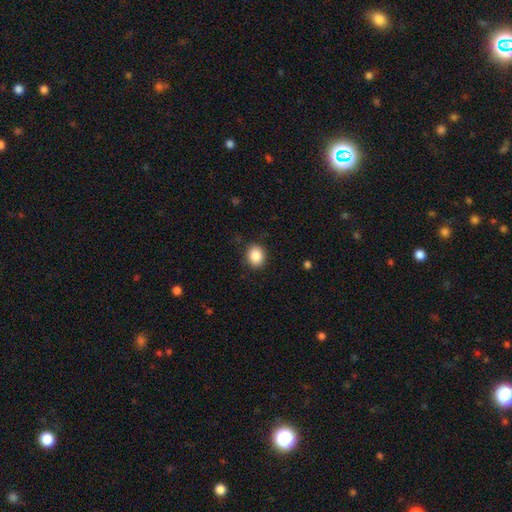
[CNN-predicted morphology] The model was most divided on "how rounded": round: 61%, in between: 38%, cigar-shaped: 1%. More confident: merging — none (89%); smooth or featured — smooth (87%).